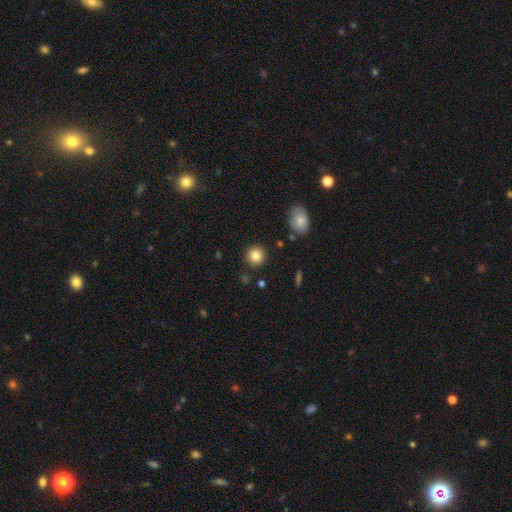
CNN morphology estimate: smooth_or_featured: smooth (p=0.84) [alt: star or artifact p=0.10]
how_rounded: round (p=0.91) [alt: in between p=0.08]
merging: none (p=0.89) [alt: minor disturbance p=0.07]